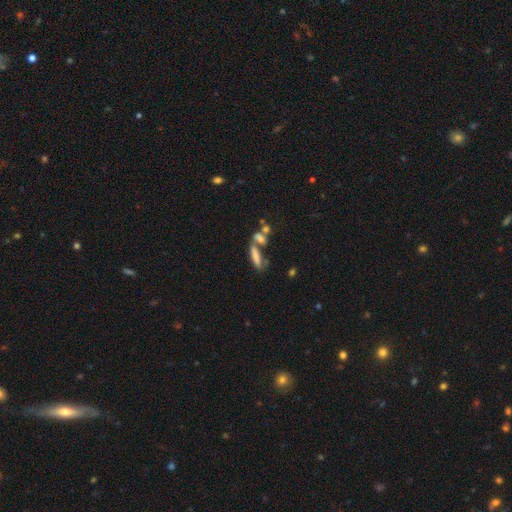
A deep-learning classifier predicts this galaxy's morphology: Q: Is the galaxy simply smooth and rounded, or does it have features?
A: smooth — 69%.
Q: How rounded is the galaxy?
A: cigar-shaped — 64%.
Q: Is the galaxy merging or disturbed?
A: merger — 41%.